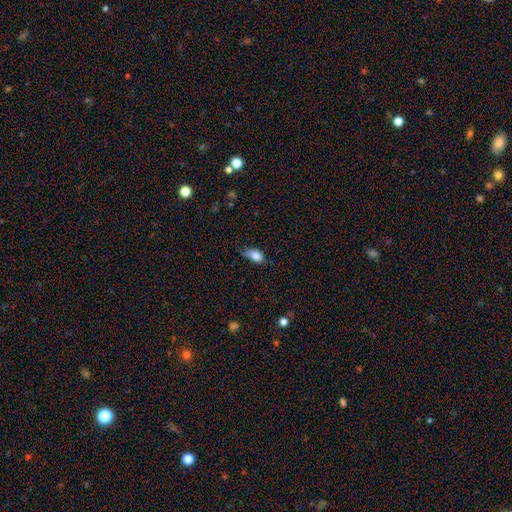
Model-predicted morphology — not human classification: This appears to be a smooth galaxy with no disk features (82%) that is in between round and cigar-shaped (86%). Merging: none (45%).